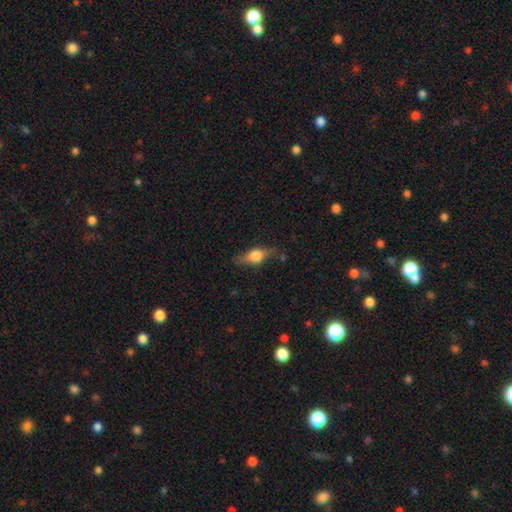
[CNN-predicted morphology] Smooth or featured: smooth — 47% (featured or disk — 44%)
Merging: none — 72% (minor disturbance — 20%)